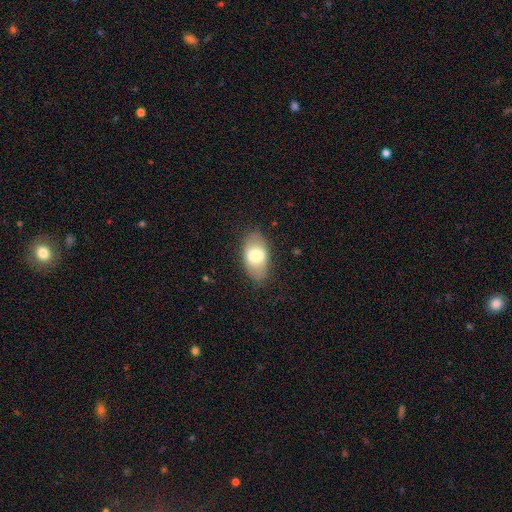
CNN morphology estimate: smooth-or-featured: smooth: 65% | featured or disk: 28% | star or artifact: 7%
  how-rounded: in between: 91% | round: 6% | cigar-shaped: 2%
  merging: none: 80% | minor disturbance: 14% | major disturbance: 5% | merger: 1%